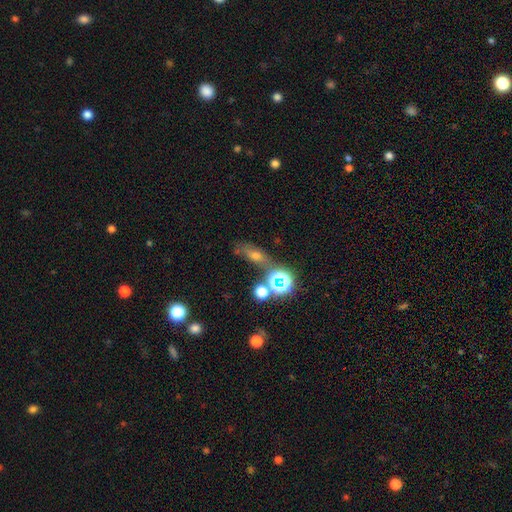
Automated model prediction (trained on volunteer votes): Smooth or featured? smooth (46%)
Merging? none (55%)